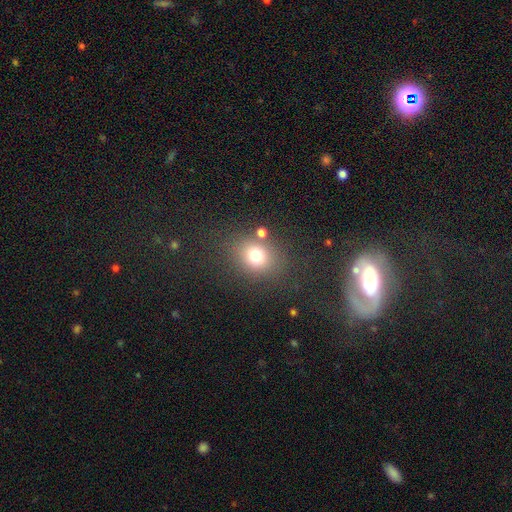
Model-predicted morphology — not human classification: smooth_or_featured: smooth (p=0.74) [alt: star or artifact p=0.16]
how_rounded: round (p=0.64) [alt: in between p=0.35]
merging: none (p=0.75) [alt: minor disturbance p=0.11]